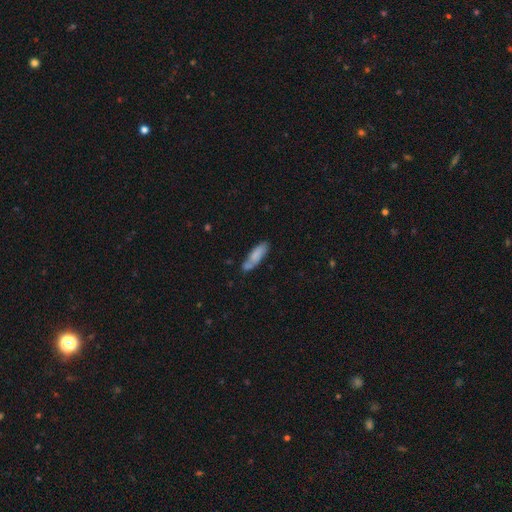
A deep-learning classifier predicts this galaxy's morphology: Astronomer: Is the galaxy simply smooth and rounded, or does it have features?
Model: smooth — 77%.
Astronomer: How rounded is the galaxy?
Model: cigar-shaped — 53% (runner-up: in between, 46%).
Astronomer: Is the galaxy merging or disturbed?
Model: none — 60%.